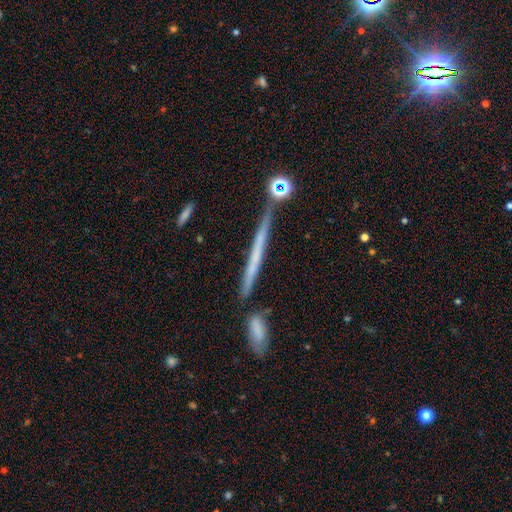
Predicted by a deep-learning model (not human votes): Smooth or featured? Predicted: featured or disk (p=0.52). Edge-on disk? Predicted: yes (p=0.94). Merging? Predicted: none (p=0.78).